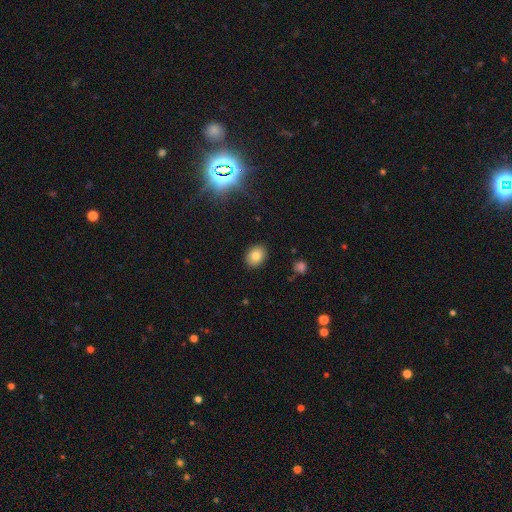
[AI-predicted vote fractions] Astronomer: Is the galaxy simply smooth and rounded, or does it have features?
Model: smooth — 82%.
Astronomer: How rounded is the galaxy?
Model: in between — 59% (runner-up: round, 40%).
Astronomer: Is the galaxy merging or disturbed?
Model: none — 89%.